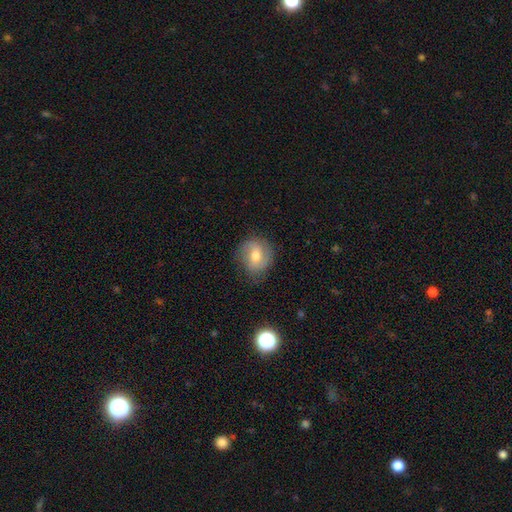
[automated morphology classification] A smooth galaxy with no disk features (53%) that is round (76%). Merging: none (75%).